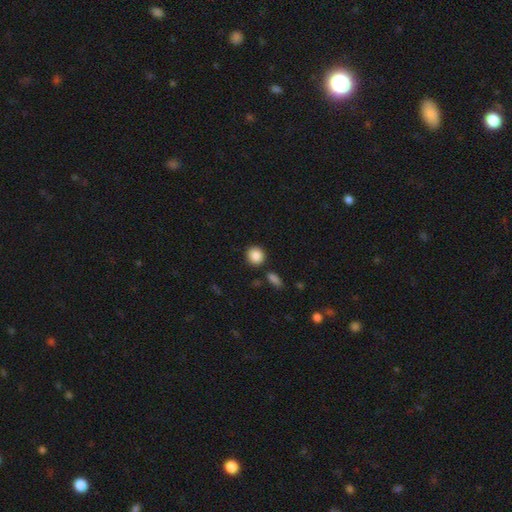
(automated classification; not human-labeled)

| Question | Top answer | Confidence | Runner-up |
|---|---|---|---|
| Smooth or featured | smooth | 88% | star or artifact (8%) |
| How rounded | round | 86% | in between (13%) |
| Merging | none | 86% | minor disturbance (8%) |